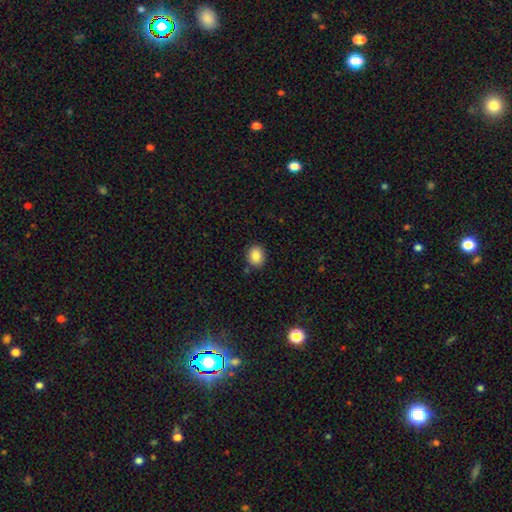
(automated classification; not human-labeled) This appears to be a smooth galaxy with no disk features (85%) that is round (67%). Merging: none (85%).